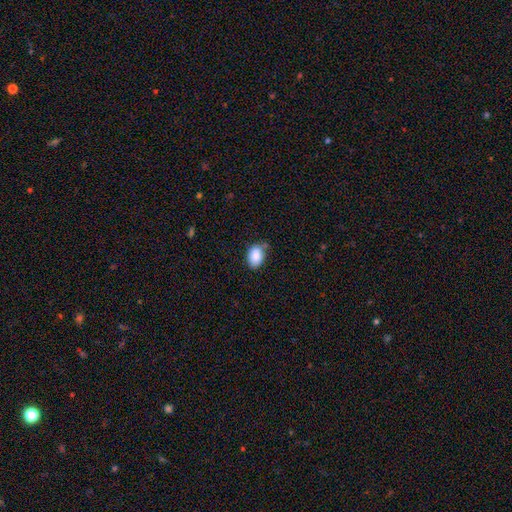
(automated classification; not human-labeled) Overall: smooth (88%). How rounded: in between (84%). Merging: none (70%).